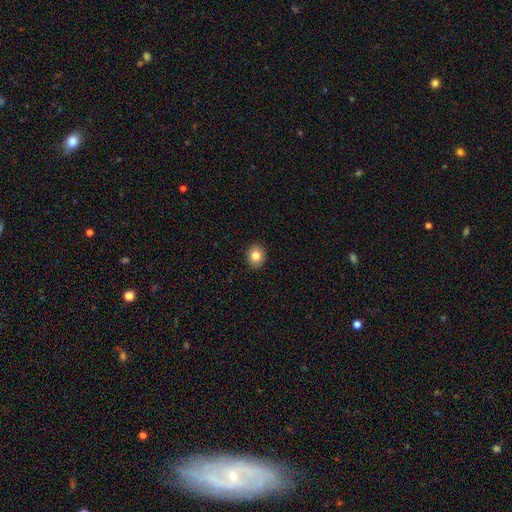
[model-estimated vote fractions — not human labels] Smooth or featured? Predicted: smooth (p=0.83). How rounded? Predicted: round (p=0.63). Merging? Predicted: none (p=0.91).